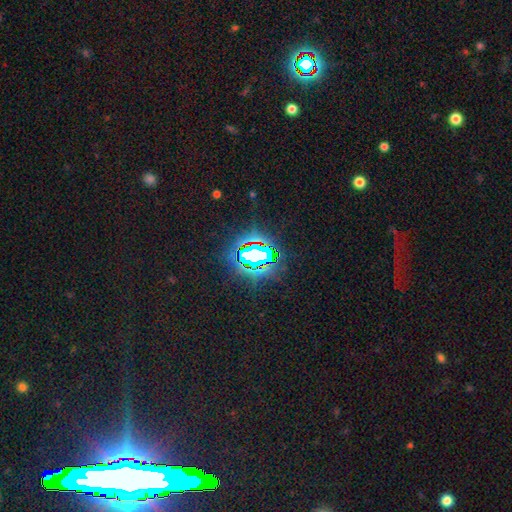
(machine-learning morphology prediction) A star or artifact, not a galaxy (74%).

Vote fractions:
- Smooth or featured? star or artifact: 74% / smooth: 14% / featured or disk: 11%